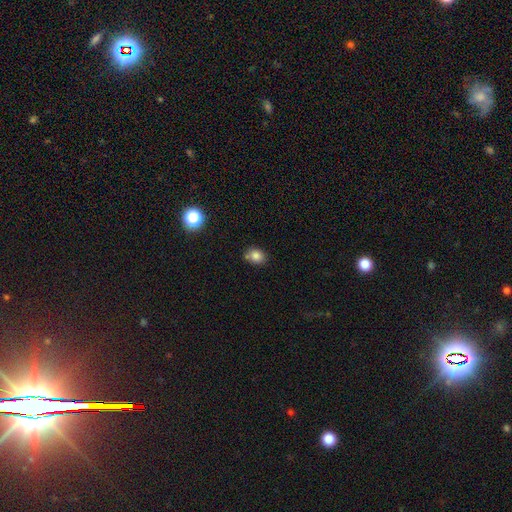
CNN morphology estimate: Smooth or featured: smooth — 82% (star or artifact — 12%)
How rounded: in between — 50% (round — 49%)
Merging: none — 72% (minor disturbance — 16%)